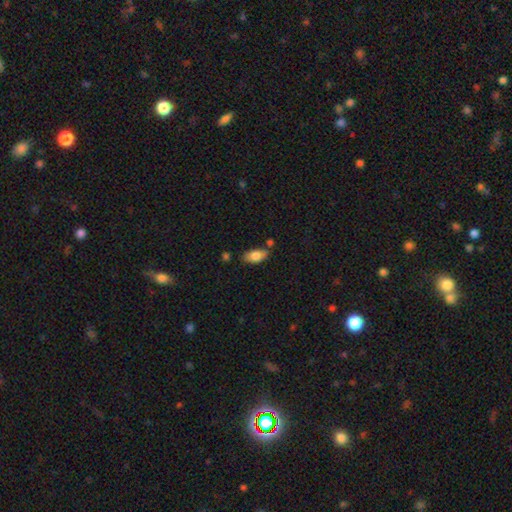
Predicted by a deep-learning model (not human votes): smooth-or-featured: smooth: 82% | featured or disk: 11% | star or artifact: 7%
  how-rounded: in between: 92% | cigar-shaped: 5% | round: 3%
  merging: none: 72% | minor disturbance: 16% | merger: 8% | major disturbance: 3%